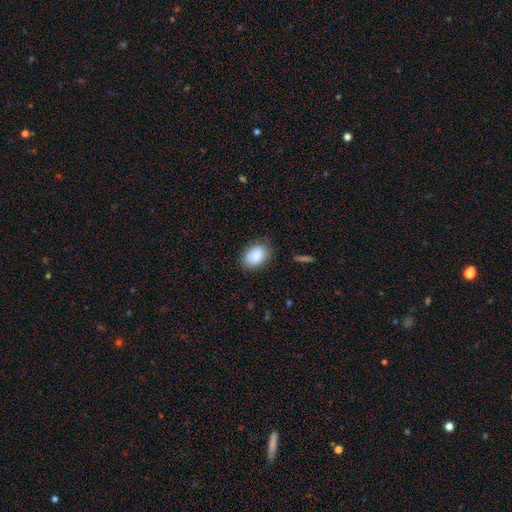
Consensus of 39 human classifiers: Smooth or featured? smooth (85%)
How rounded? in between (82%)
Merging? none (84%)